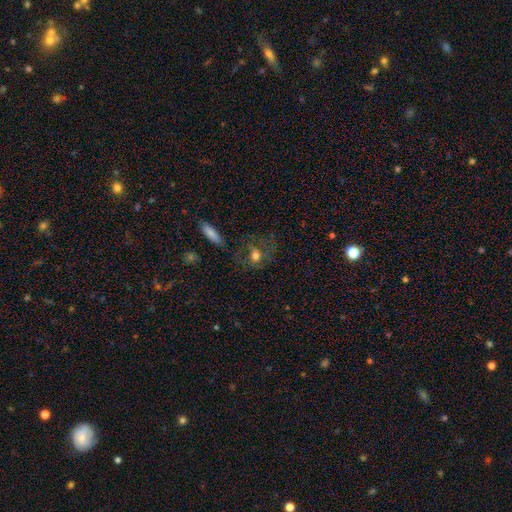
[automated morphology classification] This is possibly a smooth galaxy (47%). Merging: likely none (63%).